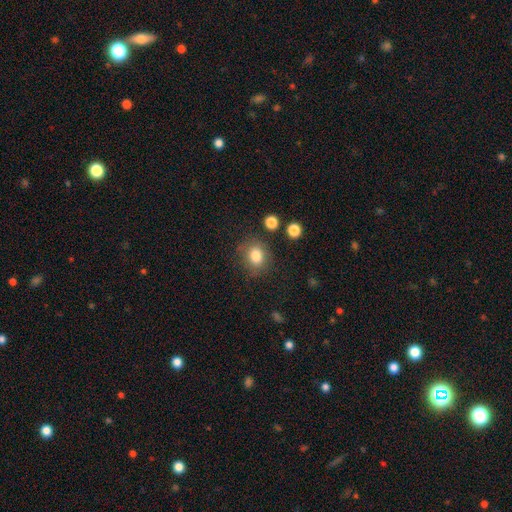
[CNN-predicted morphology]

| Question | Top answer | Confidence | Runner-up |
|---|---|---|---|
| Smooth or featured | smooth | 82% | star or artifact (11%) |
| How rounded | round | 61% | in between (38%) |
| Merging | none | 77% | minor disturbance (15%) |